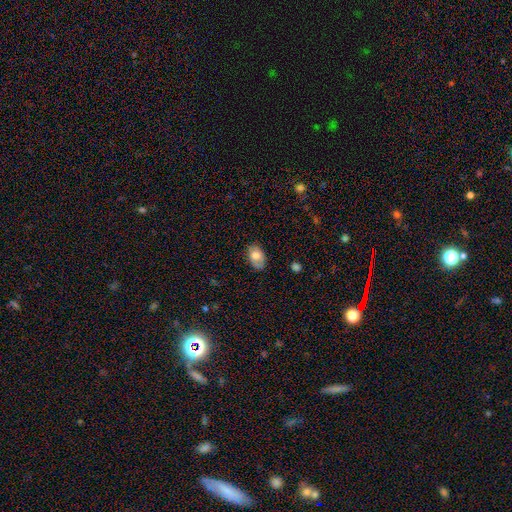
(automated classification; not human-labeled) smooth-or-featured: smooth: 73% | featured or disk: 20% | star or artifact: 8%
  how-rounded: in between: 88% | round: 11% | cigar-shaped: 1%
  merging: none: 73% | minor disturbance: 21% | major disturbance: 4% | merger: 1%